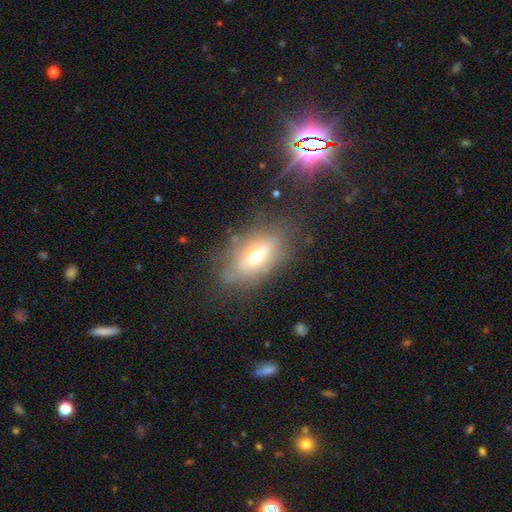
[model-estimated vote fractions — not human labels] A smooth galaxy with no disk features (50%).

Vote fractions:
- Smooth or featured? smooth: 50% / featured or disk: 39% / star or artifact: 11%
- Merging? none: 68% / minor disturbance: 20% / major disturbance: 9% / merger: 3%